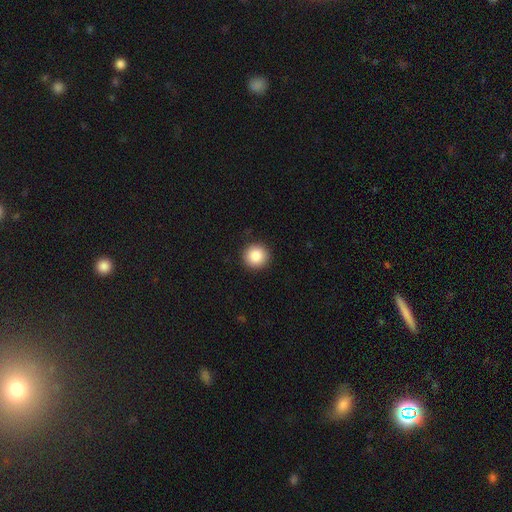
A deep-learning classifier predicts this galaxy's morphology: A smooth galaxy with no disk features (87%) that is round (94%). Merging: none (91%).